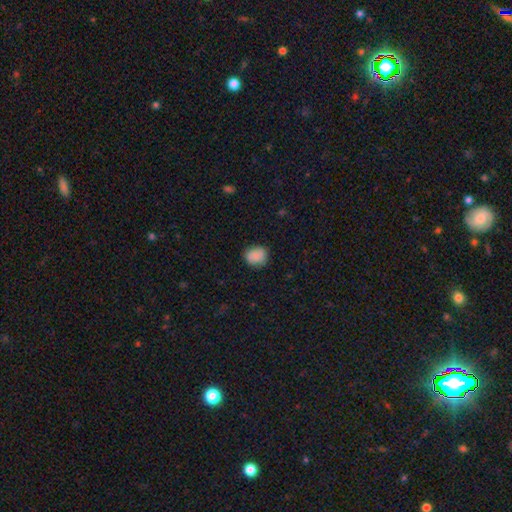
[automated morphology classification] Q: Smooth or featured?
A: smooth (84%); runner-up: star or artifact (9%)
Q: How rounded?
A: round (73%); runner-up: in between (26%)
Q: Merging?
A: none (80%); runner-up: minor disturbance (15%)